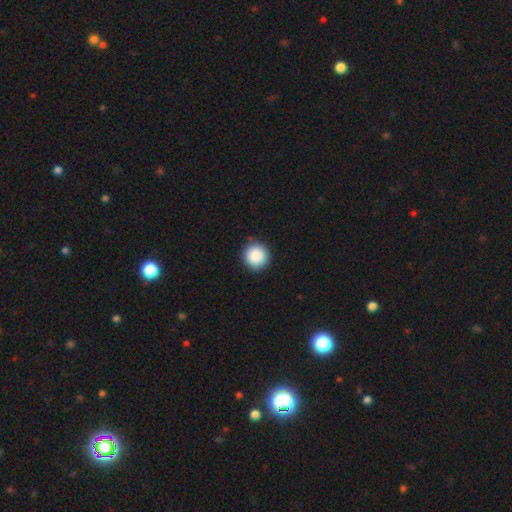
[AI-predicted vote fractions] The model was most divided on "smooth or featured": smooth: 88%, star or artifact: 8%, featured or disk: 4%. More confident: how rounded — round (95%); merging — none (91%).